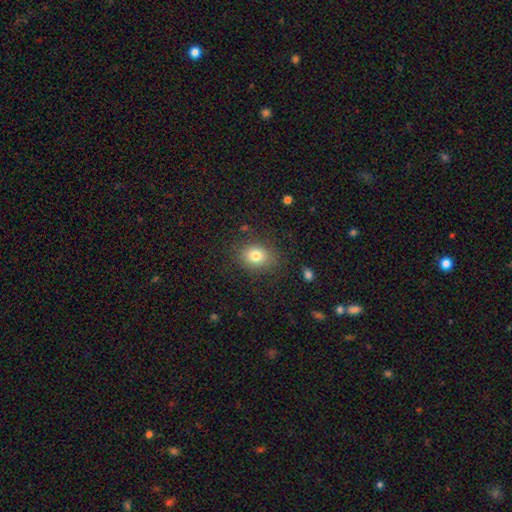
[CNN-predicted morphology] Smooth or featured: smooth — 79% (star or artifact — 11%)
How rounded: round — 51% (in between — 48%)
Merging: none — 82% (minor disturbance — 12%)